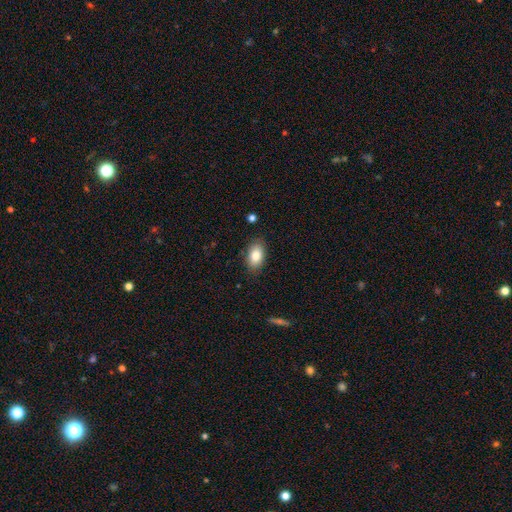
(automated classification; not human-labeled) A smooth galaxy with no disk features (83%) that is in between round and cigar-shaped (92%).

Vote fractions:
- Smooth or featured? smooth: 83% / featured or disk: 10% / star or artifact: 7%
- How rounded? in between: 92% / round: 6% / cigar-shaped: 2%
- Merging? none: 85% / minor disturbance: 11% / major disturbance: 3% / merger: 1%